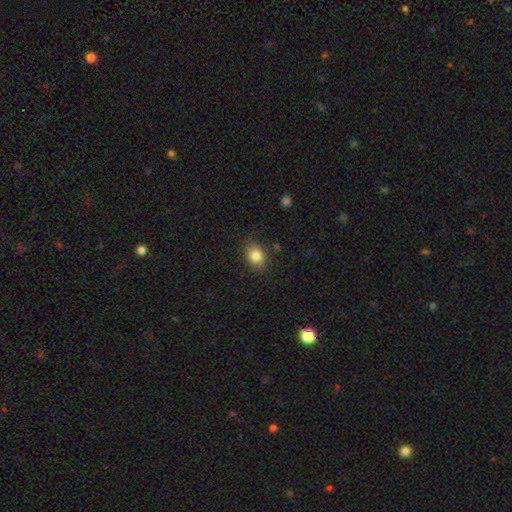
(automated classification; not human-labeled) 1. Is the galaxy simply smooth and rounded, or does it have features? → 84% smooth, 10% star or artifact, 7% featured or disk.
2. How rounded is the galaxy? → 53% in between, 46% round, 1% cigar-shaped.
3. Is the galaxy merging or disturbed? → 83% none, 12% minor disturbance, 3% major disturbance, 2% merger.